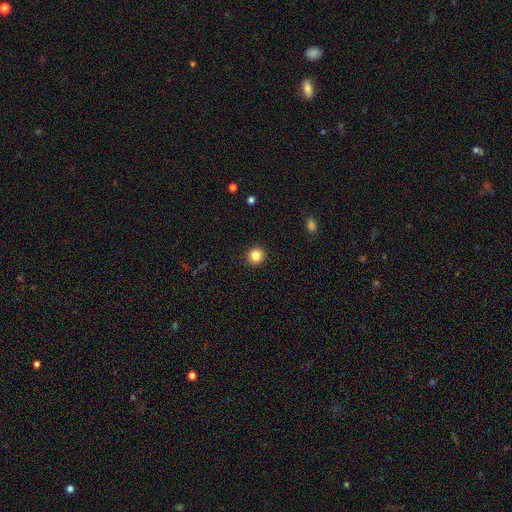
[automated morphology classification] Overall: smooth (84%). How rounded: round (95%). Merging: none (92%).